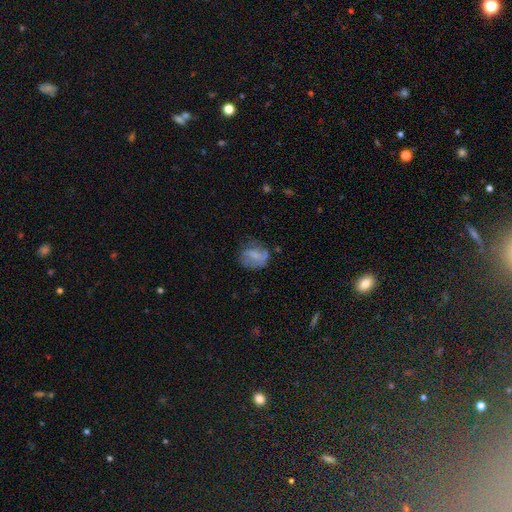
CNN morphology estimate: Smooth or featured?
  - smooth: 52% *
  - featured or disk: 38%
  - star or artifact: 10%
How rounded?
  - round: 54% *
  - in between: 44%
  - cigar-shaped: 2%
Merging?
  - none: 53% *
  - minor disturbance: 26%
  - major disturbance: 18%
  - merger: 3%